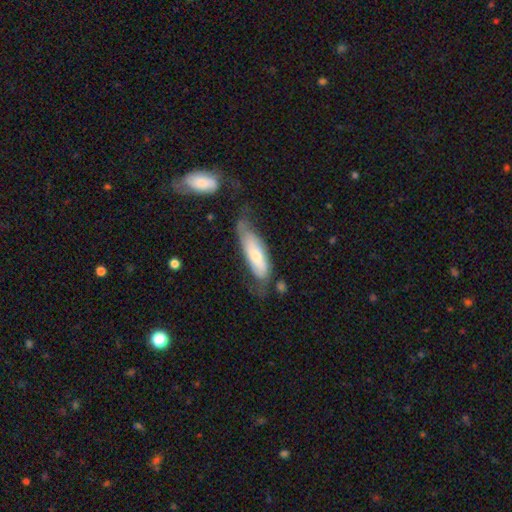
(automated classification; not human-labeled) This appears to be a smooth galaxy with no disk features (53%) that is in between round and cigar-shaped (56%). Merging: none (43%).